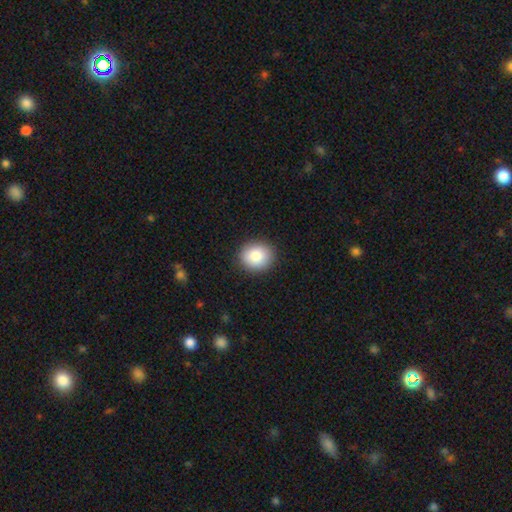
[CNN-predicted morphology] This is clearly a smooth galaxy (84%). How rounded: likely round (79%). Merging: clearly none (91%).